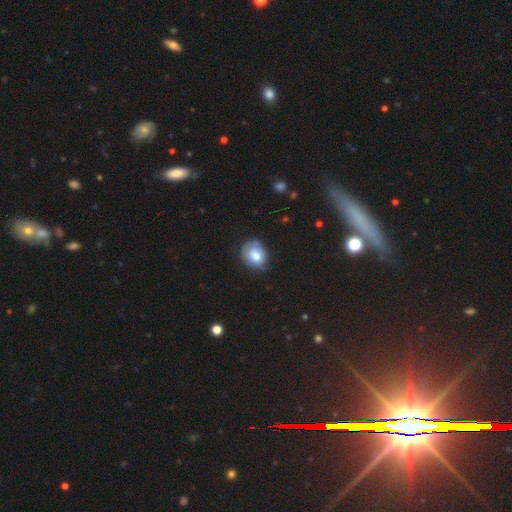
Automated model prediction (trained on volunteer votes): Smooth or featured?
  - smooth: 69% *
  - featured or disk: 22%
  - star or artifact: 9%
How rounded?
  - round: 57% *
  - in between: 42%
  - cigar-shaped: 1%
Merging?
  - none: 64% *
  - minor disturbance: 28%
  - major disturbance: 6%
  - merger: 2%